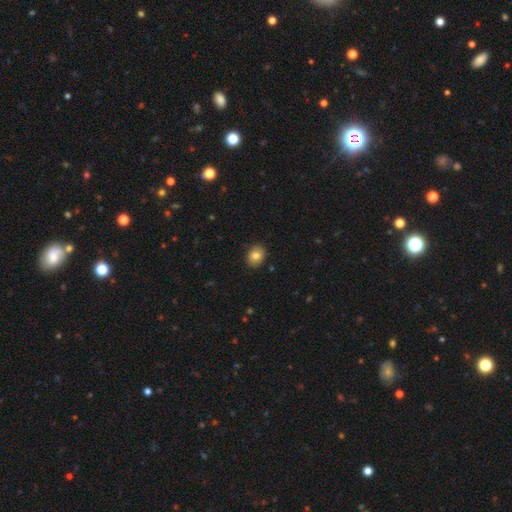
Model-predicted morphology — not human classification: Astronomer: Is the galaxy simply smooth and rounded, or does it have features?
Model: smooth — 82%.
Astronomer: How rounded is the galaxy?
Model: in between — 59% (runner-up: round, 40%).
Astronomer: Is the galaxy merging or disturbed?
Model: none — 89%.